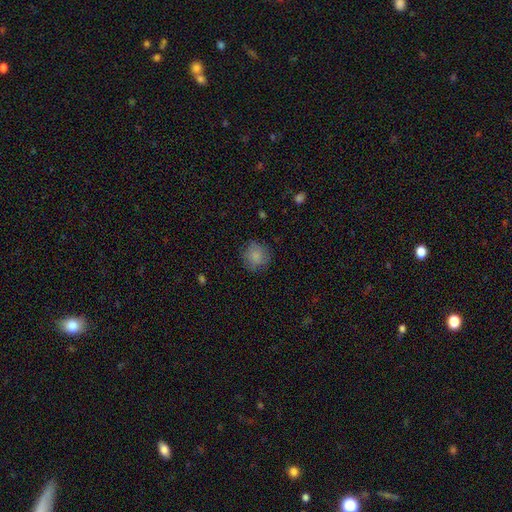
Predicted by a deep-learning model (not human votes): Smooth or featured? smooth (83%)
How rounded? round (87%)
Merging? none (78%)